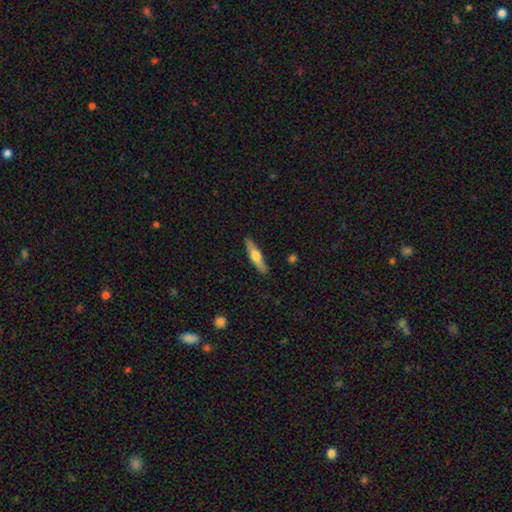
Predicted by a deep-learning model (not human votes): Overall: featured or disk (49%; smooth 46%). Merging: none (88%).